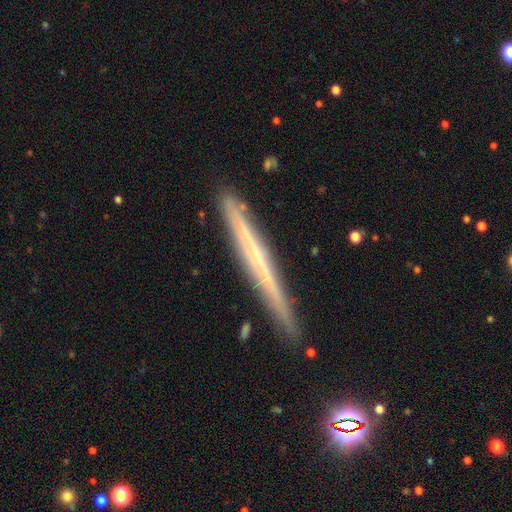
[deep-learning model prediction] Smooth or featured? Predicted: featured or disk (p=0.57). Edge-on disk? Predicted: yes (p=0.96). Edge-on bulge? Predicted: none (p=0.88). Merging? Predicted: none (p=0.88).